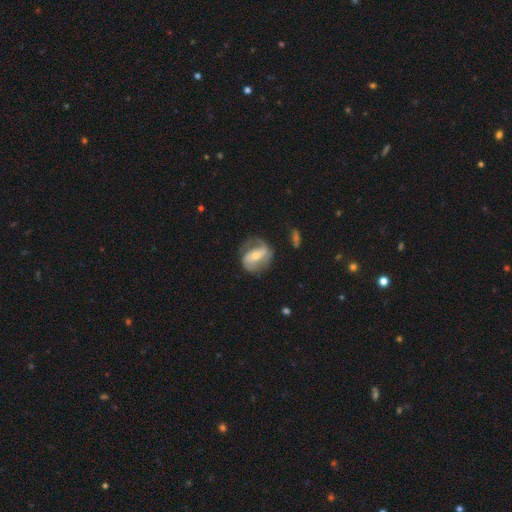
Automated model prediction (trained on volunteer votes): A featured or disk galaxy (75%) with a strong bar (40%), 2 (75%) medium (42%) spiral arms (86%) and a small central bulge (49%). Merging: none (57%).